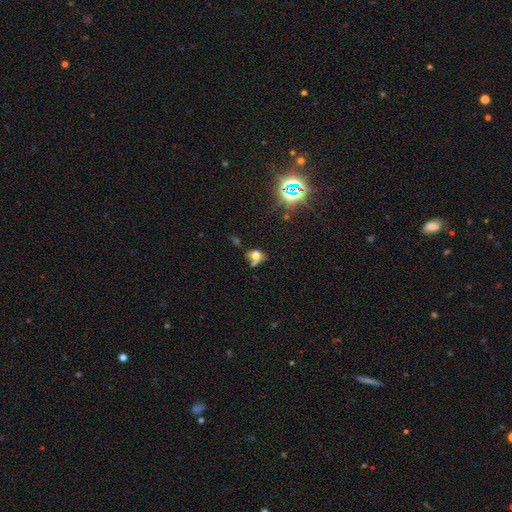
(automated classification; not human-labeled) smooth_or_featured: smooth (p=0.55) [alt: star or artifact p=0.23]
how_rounded: in between (p=0.53) [alt: round p=0.44]
merging: merger (p=0.34) [alt: none p=0.31]